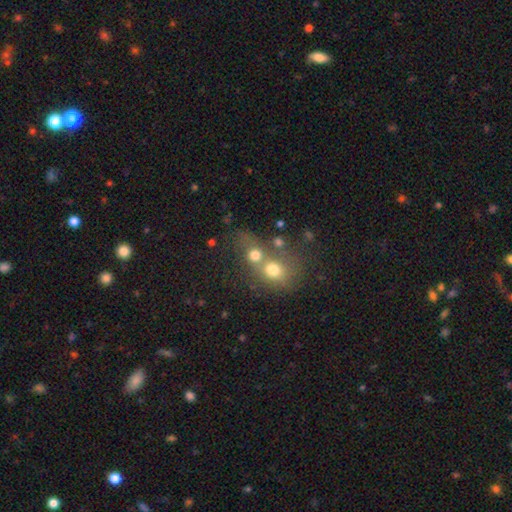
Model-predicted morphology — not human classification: Overall: smooth (65%). How rounded: round (68%; in between 30%). Merging: merger (63%; none 25%).